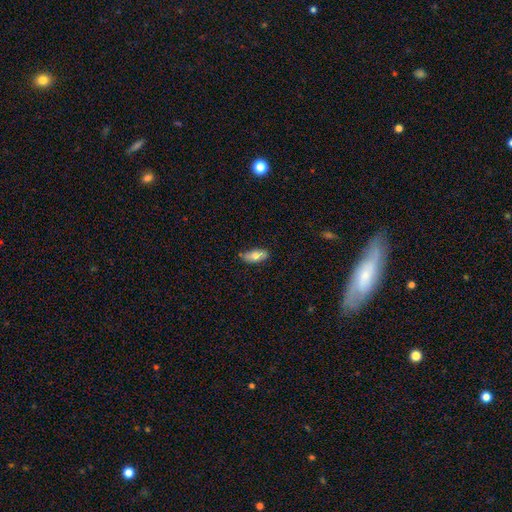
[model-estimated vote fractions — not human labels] Overall: smooth (71%). How rounded: in between (84%). Merging: none (77%).